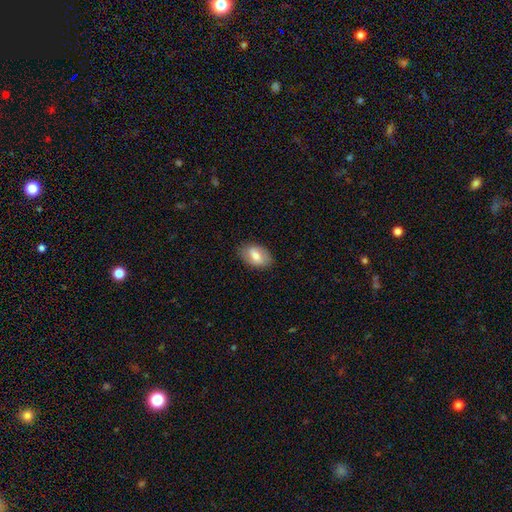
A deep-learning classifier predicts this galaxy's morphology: Smooth or featured? smooth (62%)
How rounded? in between (89%)
Merging? none (81%)